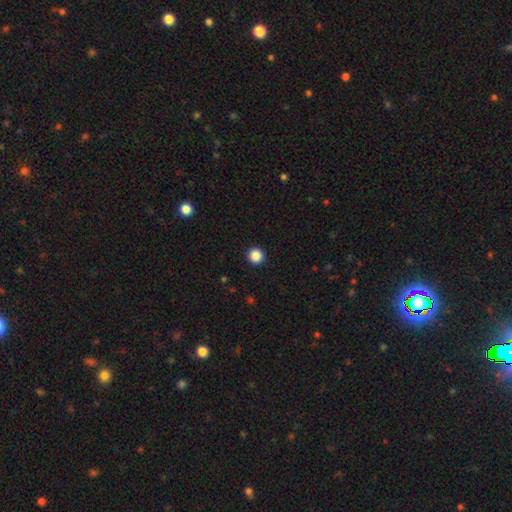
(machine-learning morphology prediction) The model was most divided on "smooth or featured": smooth: 87%, star or artifact: 10%, featured or disk: 2%. More confident: how rounded — round (95%); merging — none (93%).